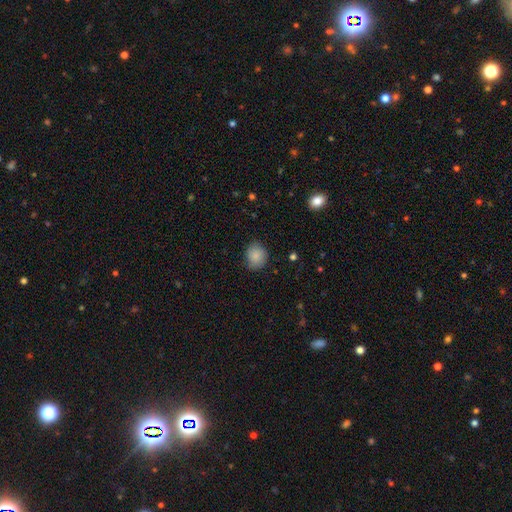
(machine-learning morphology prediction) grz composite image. It shows a smooth galaxy with no disk features (86%) that is round (70%). Merging: none (78%).